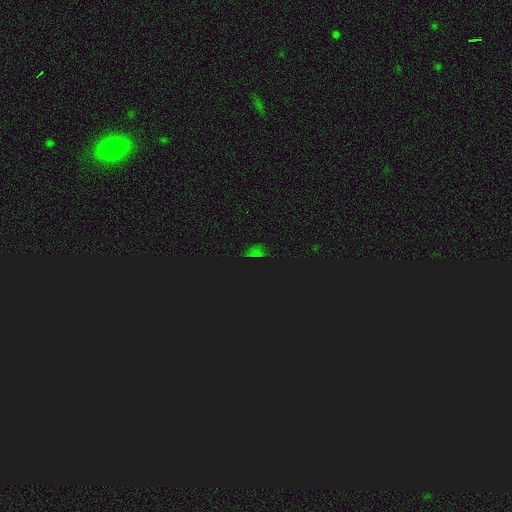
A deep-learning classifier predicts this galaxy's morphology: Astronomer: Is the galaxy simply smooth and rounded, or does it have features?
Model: star or artifact — 72%.